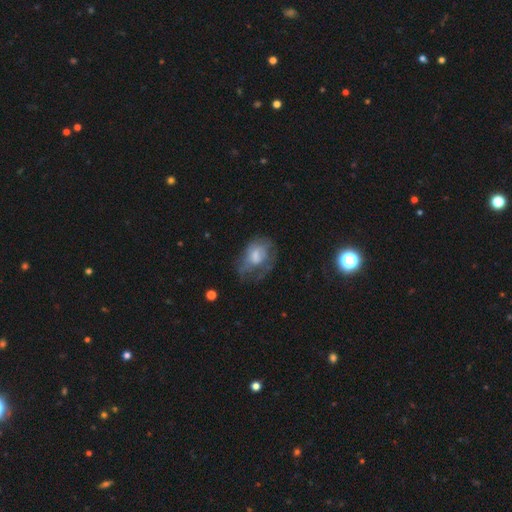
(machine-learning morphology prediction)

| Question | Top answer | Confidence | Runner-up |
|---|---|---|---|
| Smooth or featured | smooth | 46% | featured or disk (44%) |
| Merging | none | 38% | major disturbance (33%) |